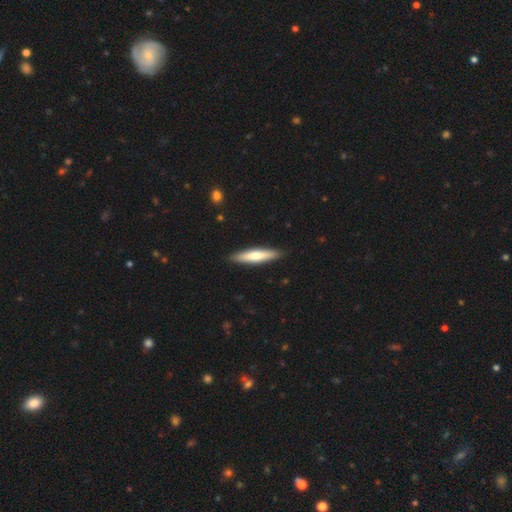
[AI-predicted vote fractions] This appears to be a smooth galaxy with no disk features (60%) that is cigar-shaped (85%). Merging: none (90%).